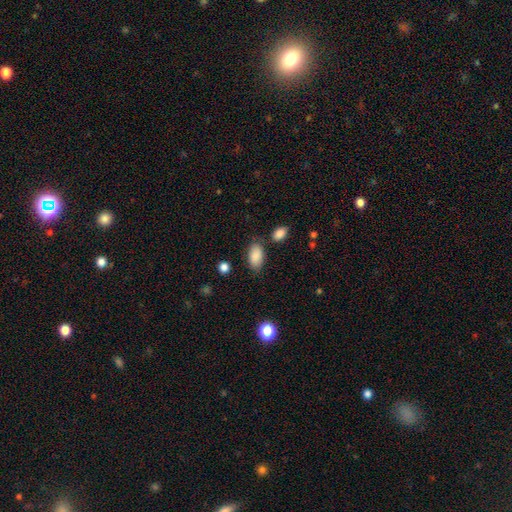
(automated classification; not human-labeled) Q: Smooth or featured?
A: smooth (87%); runner-up: star or artifact (7%)
Q: How rounded?
A: in between (94%); runner-up: round (4%)
Q: Merging?
A: none (77%); runner-up: minor disturbance (14%)